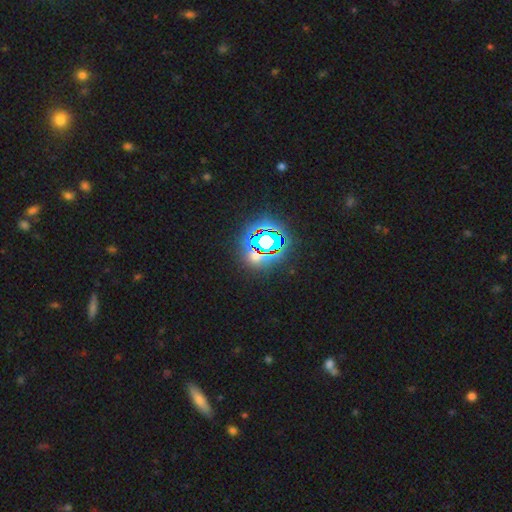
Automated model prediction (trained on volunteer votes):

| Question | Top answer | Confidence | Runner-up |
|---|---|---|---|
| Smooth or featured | star or artifact | 71% | smooth (19%) |